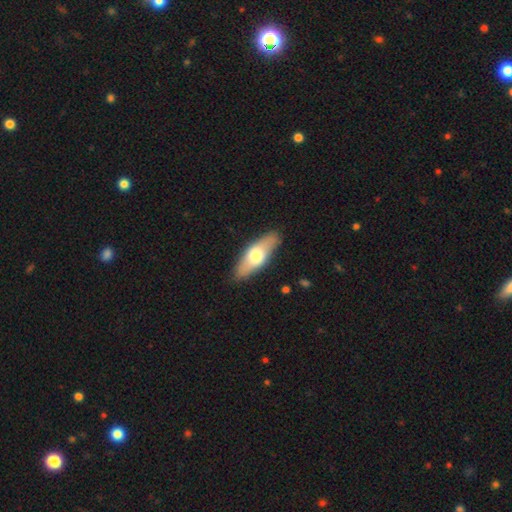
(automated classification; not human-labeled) This appears to be a smooth galaxy with no disk features (60%) that is in between round and cigar-shaped (63%). Merging: none (86%).